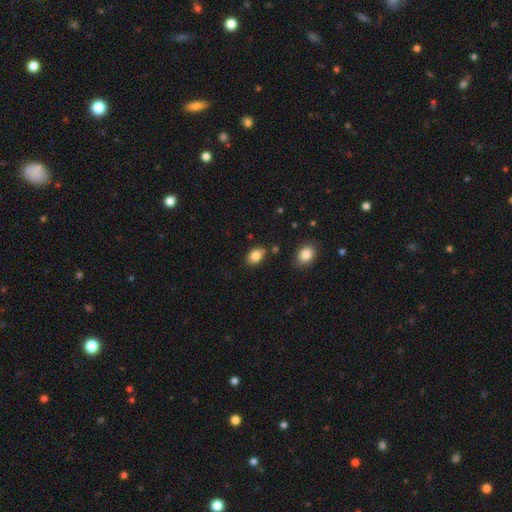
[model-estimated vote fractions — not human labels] A smooth galaxy with no disk features (84%) that is in between round and cigar-shaped (82%).

Vote fractions:
- Smooth or featured? smooth: 84% / star or artifact: 8% / featured or disk: 7%
- How rounded? in between: 82% / round: 17% / cigar-shaped: 1%
- Merging? none: 80% / minor disturbance: 13% / merger: 4% / major disturbance: 3%